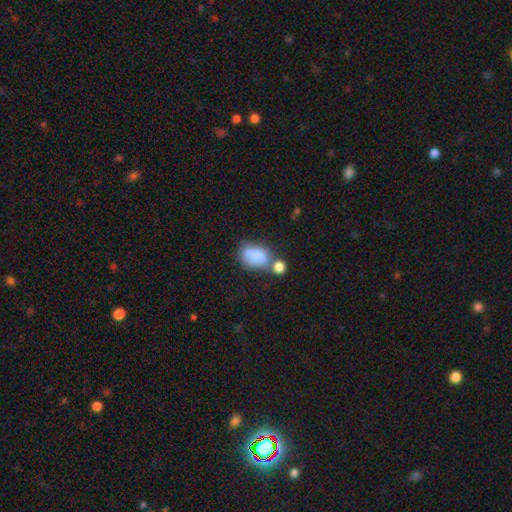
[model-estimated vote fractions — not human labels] Overall: smooth (77%). How rounded: in between (83%). Merging: merger (41%; none 32%).